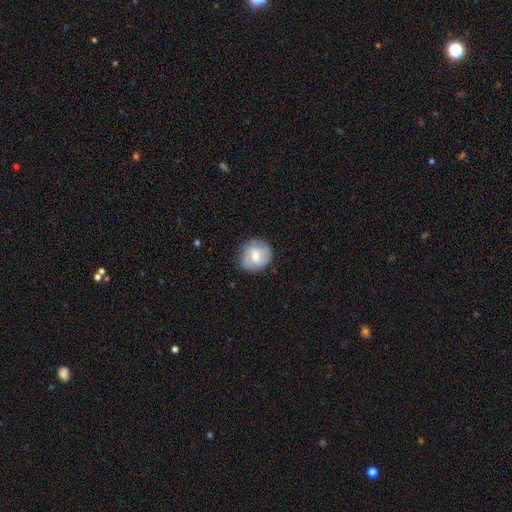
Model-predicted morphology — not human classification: smooth_or_featured: smooth (p=0.55) [alt: featured or disk p=0.38]
how_rounded: round (p=0.80) [alt: in between p=0.19]
merging: none (p=0.75) [alt: minor disturbance p=0.19]